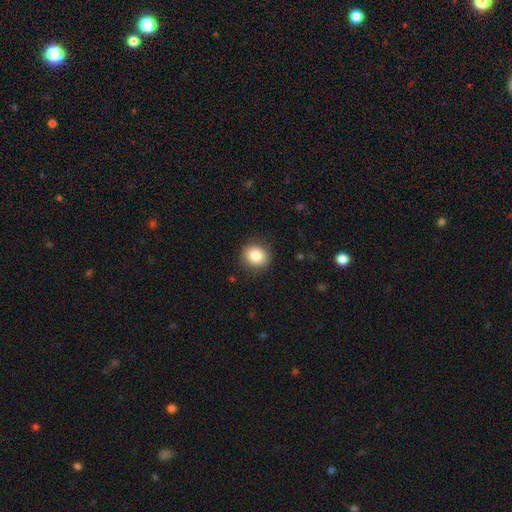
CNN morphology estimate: This appears to be a smooth galaxy with no disk features (84%) that is round (77%). Merging: none (87%).